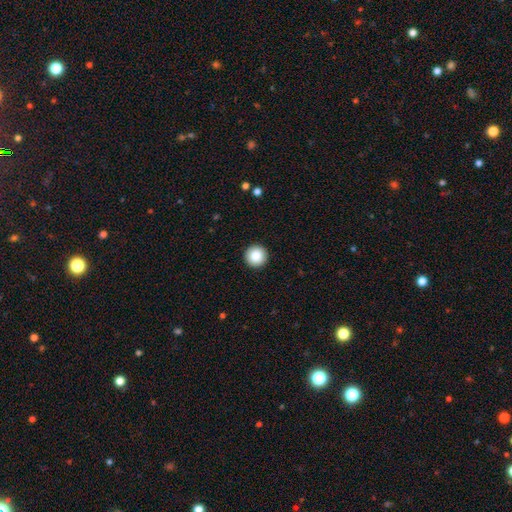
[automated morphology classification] type=smooth (86%); roundness=round (97%); merging=none (94%).